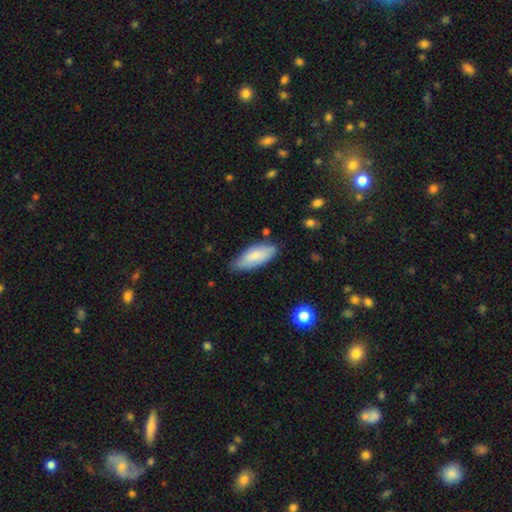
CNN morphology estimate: Smooth or featured?
  - smooth: 79% *
  - featured or disk: 15%
  - star or artifact: 6%
How rounded?
  - in between: 78% *
  - cigar-shaped: 20%
  - round: 2%
Merging?
  - none: 75% *
  - minor disturbance: 20%
  - major disturbance: 3%
  - merger: 2%